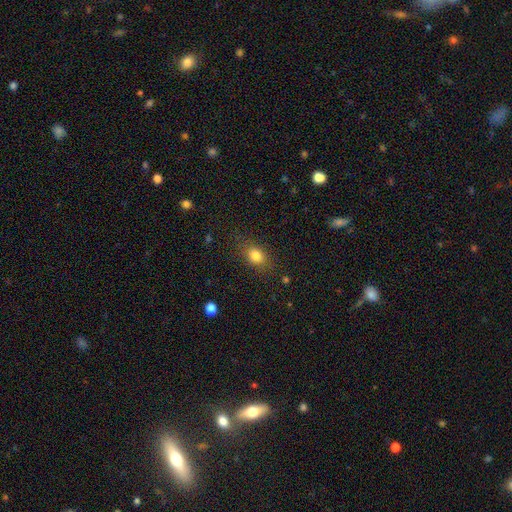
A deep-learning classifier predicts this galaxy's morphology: This is clearly a smooth galaxy (82%). How rounded: likely in between (61%). Merging: clearly none (80%).